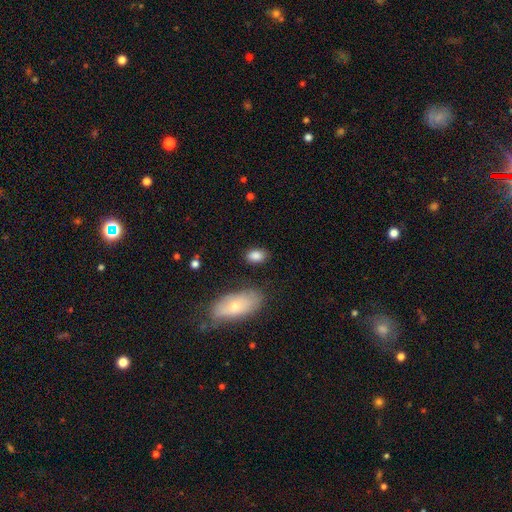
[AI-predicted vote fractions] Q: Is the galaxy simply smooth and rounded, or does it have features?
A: smooth — 84%.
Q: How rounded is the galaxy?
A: in between — 88%.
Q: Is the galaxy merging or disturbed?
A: none — 81%.